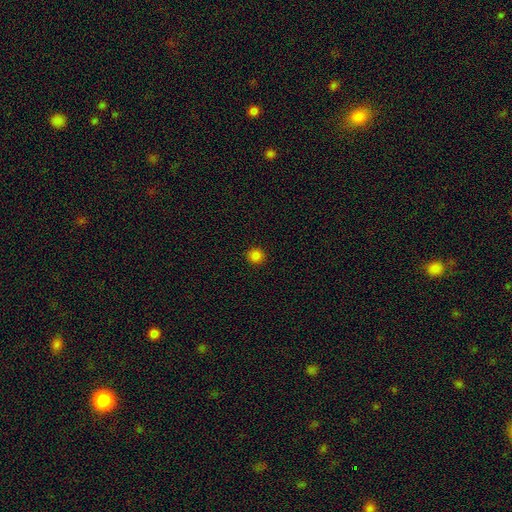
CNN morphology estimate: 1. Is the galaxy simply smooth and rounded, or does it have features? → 84% smooth, 13% star or artifact, 3% featured or disk.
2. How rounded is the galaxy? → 92% round, 7% in between, 1% cigar-shaped.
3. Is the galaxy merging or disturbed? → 93% none, 5% minor disturbance, 2% major disturbance, 1% merger.